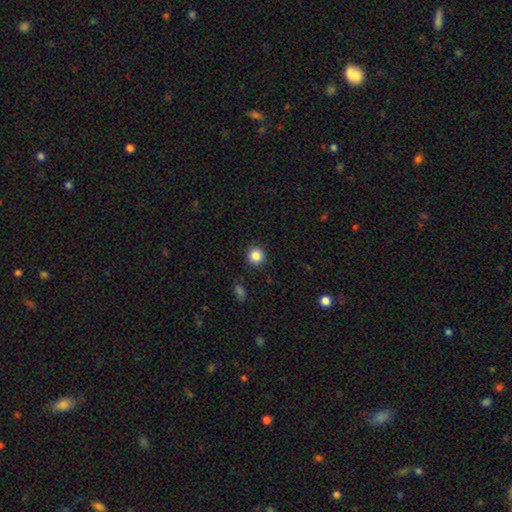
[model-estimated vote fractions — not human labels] Smooth or featured: smooth — 86% (star or artifact — 10%)
How rounded: round — 94% (in between — 5%)
Merging: none — 91% (minor disturbance — 6%)